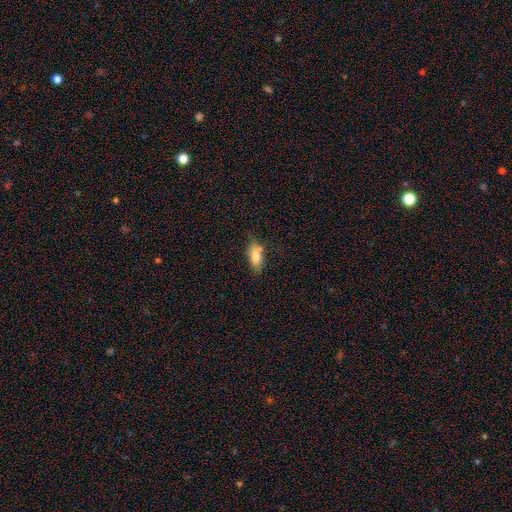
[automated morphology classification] A smooth galaxy with no disk features (78%) that is in between round and cigar-shaped (82%).

Vote fractions:
- Smooth or featured? smooth: 78% / featured or disk: 14% / star or artifact: 8%
- How rounded? in between: 82% / cigar-shaped: 15% / round: 4%
- Merging? none: 66% / minor disturbance: 21% / merger: 8% / major disturbance: 5%